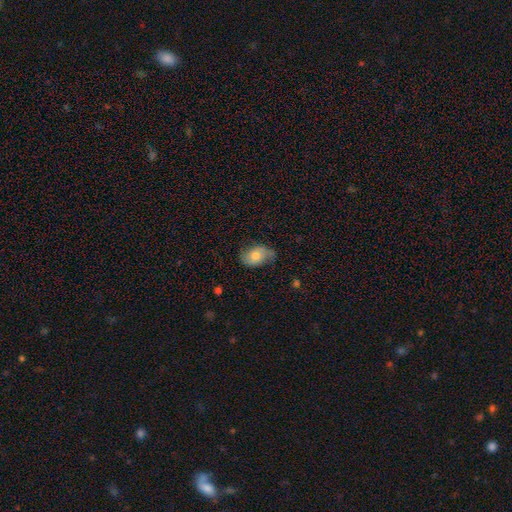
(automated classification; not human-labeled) This appears to be a smooth galaxy with no disk features (55%) that is in between round and cigar-shaped (80%). Merging: none (62%).